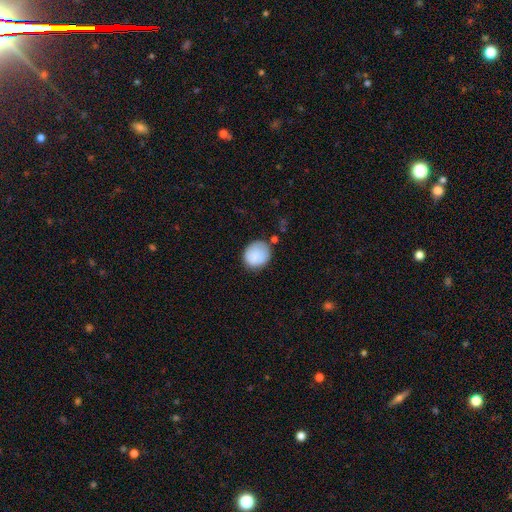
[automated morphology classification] Q: Smooth or featured?
A: smooth (85%); runner-up: featured or disk (8%)
Q: How rounded?
A: round (78%); runner-up: in between (21%)
Q: Merging?
A: none (72%); runner-up: minor disturbance (19%)